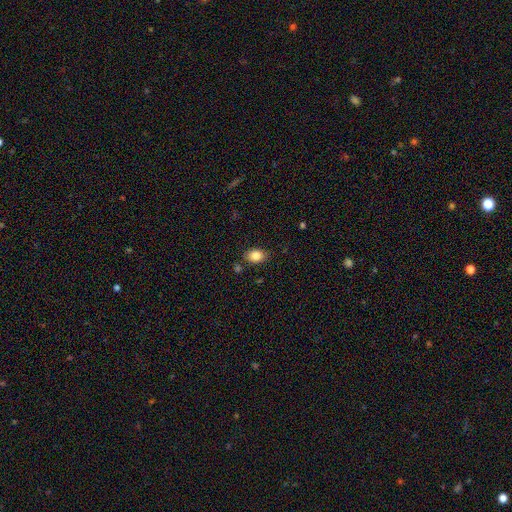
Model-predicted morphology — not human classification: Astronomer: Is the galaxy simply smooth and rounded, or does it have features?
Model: smooth — 85%.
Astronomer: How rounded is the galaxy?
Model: in between — 78%.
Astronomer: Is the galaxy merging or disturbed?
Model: none — 81%.